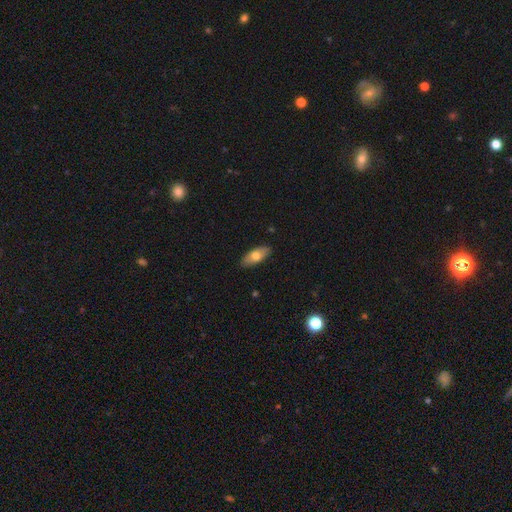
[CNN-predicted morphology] This is likely a smooth galaxy (67%). How rounded: clearly in between (83%). Merging: clearly none (88%).